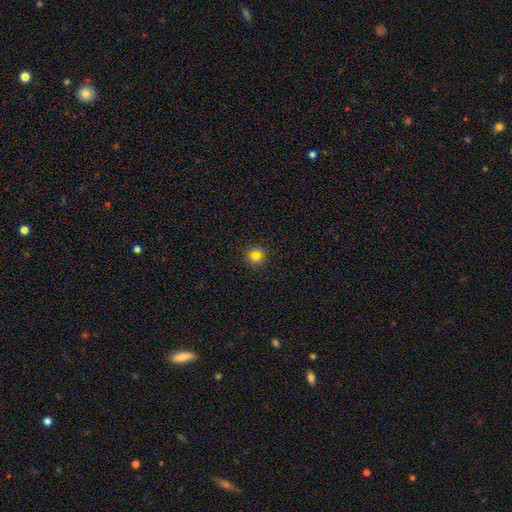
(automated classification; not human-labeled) smooth_or_featured: smooth (p=0.61) [alt: star or artifact p=0.29]
how_rounded: round (p=0.90) [alt: in between p=0.08]
merging: none (p=0.84) [alt: minor disturbance p=0.09]